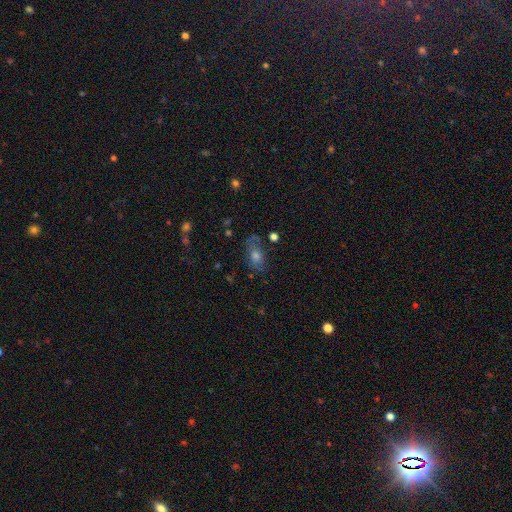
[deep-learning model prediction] Smooth or featured? smooth (50%)
How rounded? in between (80%)
Merging? none (69%)